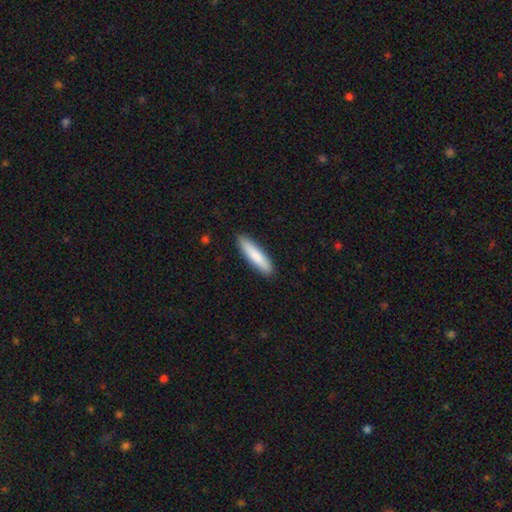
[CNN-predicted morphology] This is clearly a smooth galaxy (83%). How rounded: likely cigar-shaped (79%). Merging: clearly none (90%).